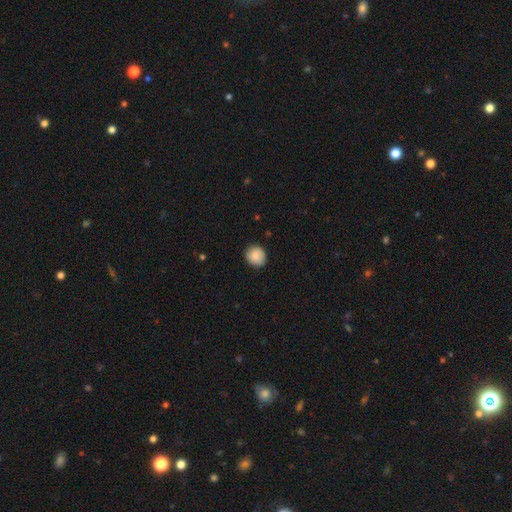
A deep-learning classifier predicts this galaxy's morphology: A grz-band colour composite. It shows a smooth galaxy with no disk features (87%) that is round (81%). Merging: none (86%).